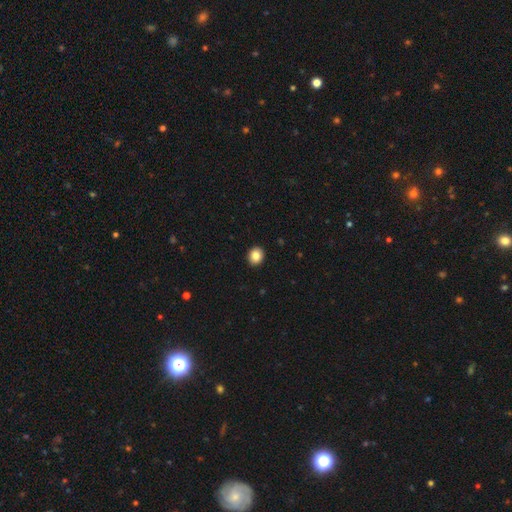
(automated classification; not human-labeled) smooth_or_featured: smooth (p=0.85) [alt: star or artifact p=0.09]
how_rounded: round (p=0.71) [alt: in between p=0.28]
merging: none (p=0.92) [alt: minor disturbance p=0.05]